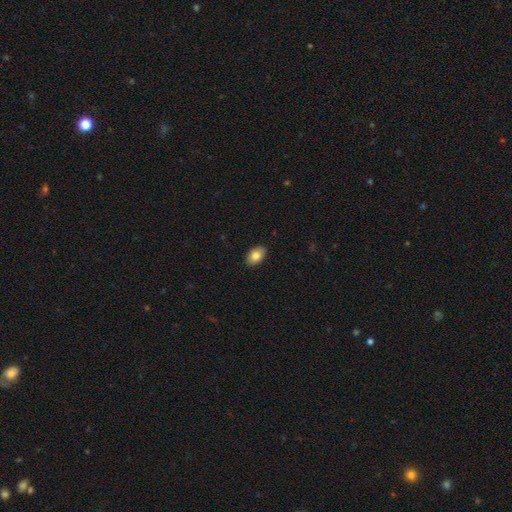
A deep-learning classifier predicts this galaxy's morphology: Overall: smooth (82%). How rounded: in between (90%). Merging: none (89%).